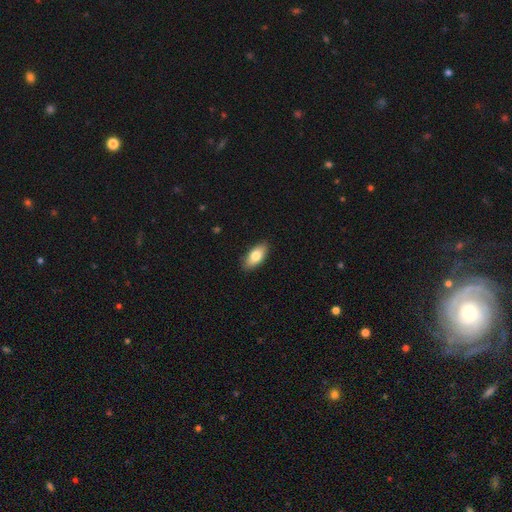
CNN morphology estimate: The model was most divided on "smooth or featured": smooth: 80%, featured or disk: 14%, star or artifact: 6%. More confident: merging — none (88%); how rounded — in between (88%).